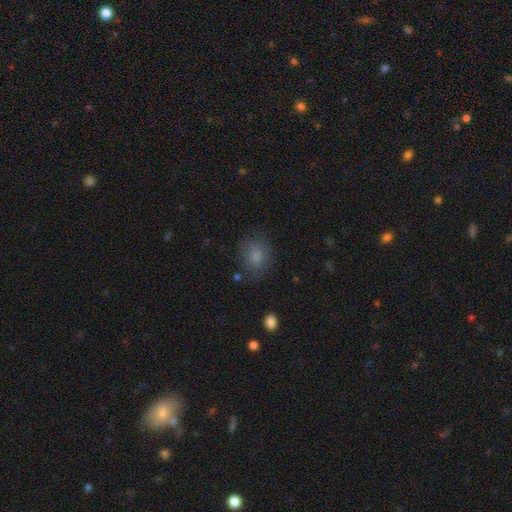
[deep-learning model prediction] Smooth or featured: smooth — 80% (star or artifact — 11%)
How rounded: round — 59% (in between — 40%)
Merging: none — 73% (minor disturbance — 18%)